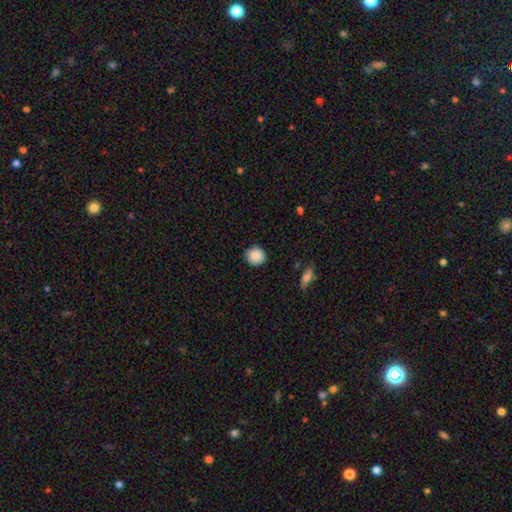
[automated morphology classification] A smooth galaxy with no disk features (89%) that is round (89%).

Vote fractions:
- Smooth or featured? smooth: 89% / star or artifact: 8% / featured or disk: 4%
- How rounded? round: 89% / in between: 10% / cigar-shaped: 1%
- Merging? none: 87% / minor disturbance: 10% / major disturbance: 2% / merger: 1%